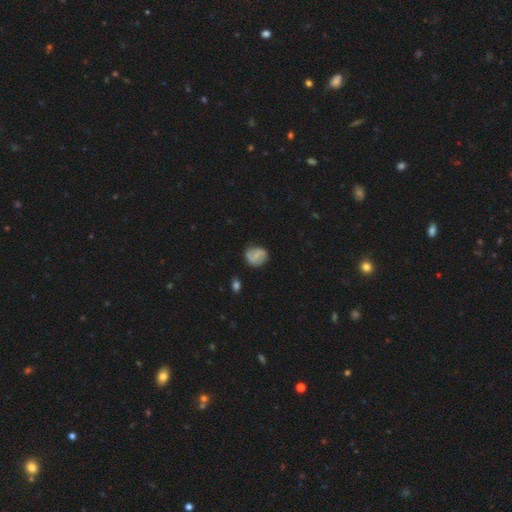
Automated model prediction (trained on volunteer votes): This is possibly a smooth galaxy (47%). Merging: likely none (72%).